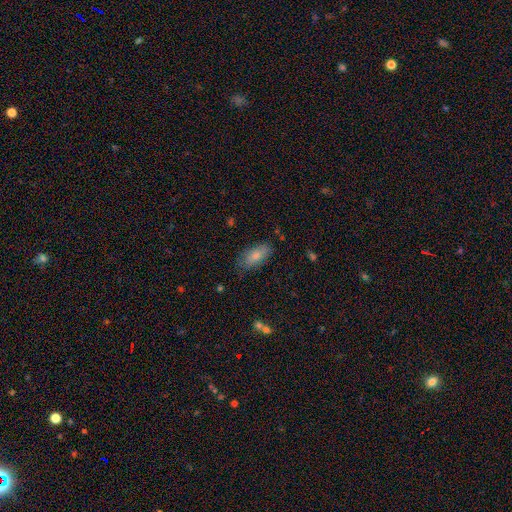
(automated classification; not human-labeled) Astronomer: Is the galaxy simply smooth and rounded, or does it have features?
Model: smooth — 82%.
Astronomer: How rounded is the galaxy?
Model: in between — 86%.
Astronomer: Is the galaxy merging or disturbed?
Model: none — 75%.